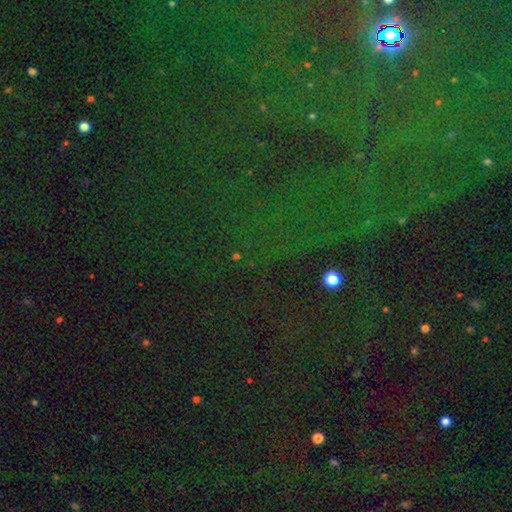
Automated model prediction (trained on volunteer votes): Smooth or featured: star or artifact — 83% (smooth — 9%)